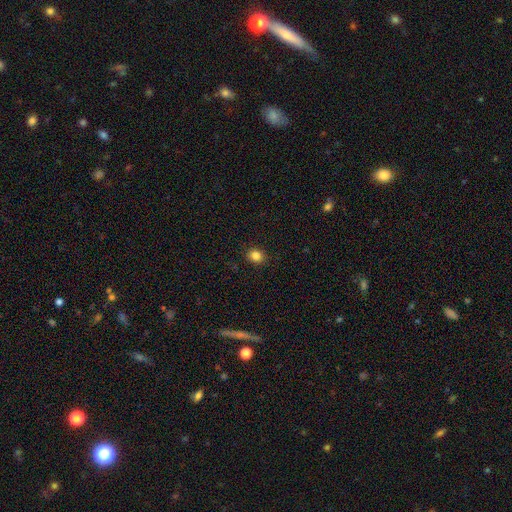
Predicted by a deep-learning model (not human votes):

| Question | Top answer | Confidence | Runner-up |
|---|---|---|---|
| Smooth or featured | smooth | 84% | star or artifact (12%) |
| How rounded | round | 72% | in between (27%) |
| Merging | none | 91% | minor disturbance (7%) |